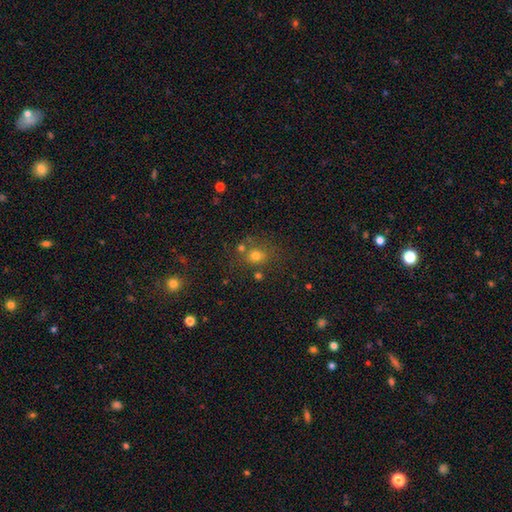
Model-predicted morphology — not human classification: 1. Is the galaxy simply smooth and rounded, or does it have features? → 69% smooth, 20% star or artifact, 11% featured or disk.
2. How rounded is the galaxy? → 68% round, 31% in between, 1% cigar-shaped.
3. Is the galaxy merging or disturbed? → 63% none, 17% merger, 14% minor disturbance, 6% major disturbance.